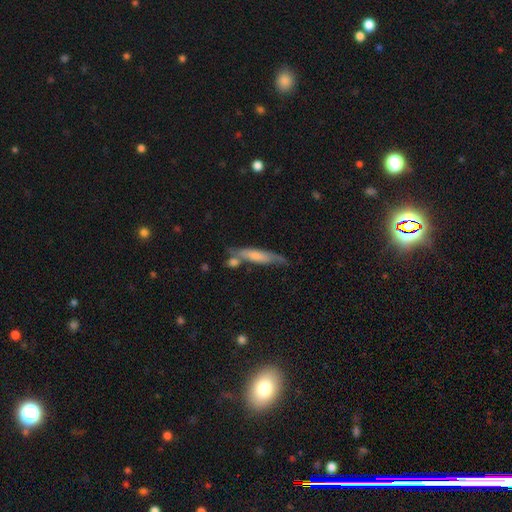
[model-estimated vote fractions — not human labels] This is possibly a smooth galaxy (51%). How rounded: clearly cigar-shaped (80%). Merging: possibly none (53%).